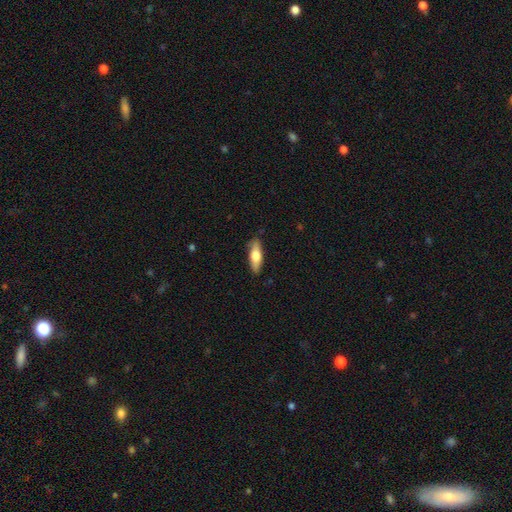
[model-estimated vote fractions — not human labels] Smooth or featured? Predicted: smooth (p=0.67). How rounded? Predicted: in between (p=0.57). Merging? Predicted: none (p=0.85).